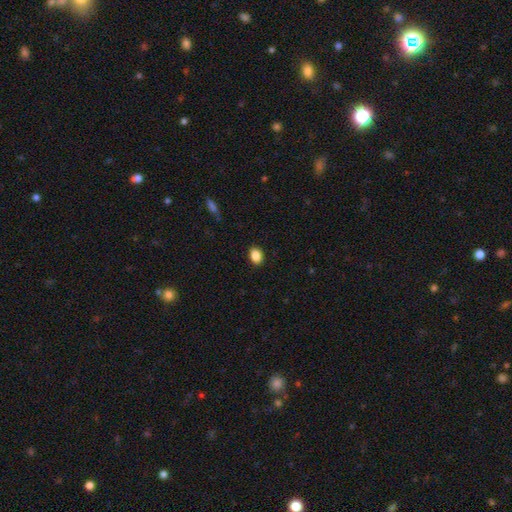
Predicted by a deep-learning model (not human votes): The model was most divided on "how rounded": in between: 72%, round: 27%, cigar-shaped: 1%. More confident: merging — none (89%); smooth or featured — smooth (88%).